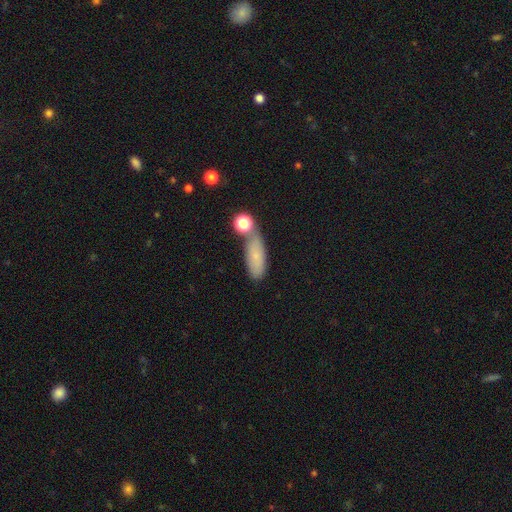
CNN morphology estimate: This is likely a smooth galaxy (73%). How rounded: likely in between (67%). Merging: possibly none (56%).